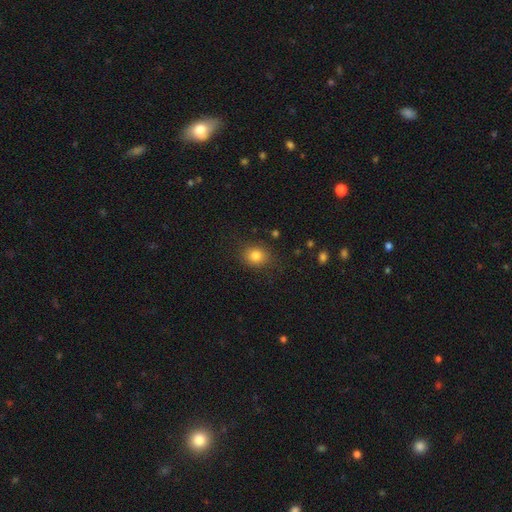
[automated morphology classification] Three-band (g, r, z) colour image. It shows a smooth galaxy with no disk features (82%) that is round (64%). Merging: none (83%).